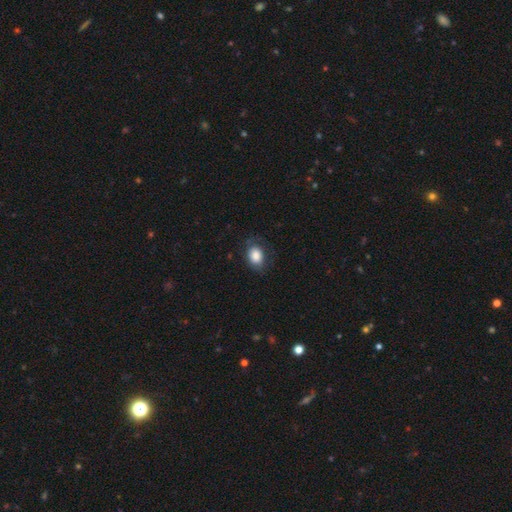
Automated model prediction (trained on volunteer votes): Overall: smooth (83%). How rounded: in between (68%; round 30%). Merging: none (69%).